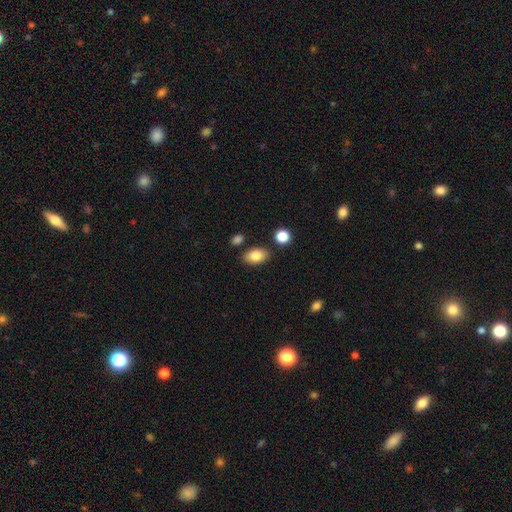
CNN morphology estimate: Smooth or featured? smooth (83%)
How rounded? in between (89%)
Merging? none (83%)